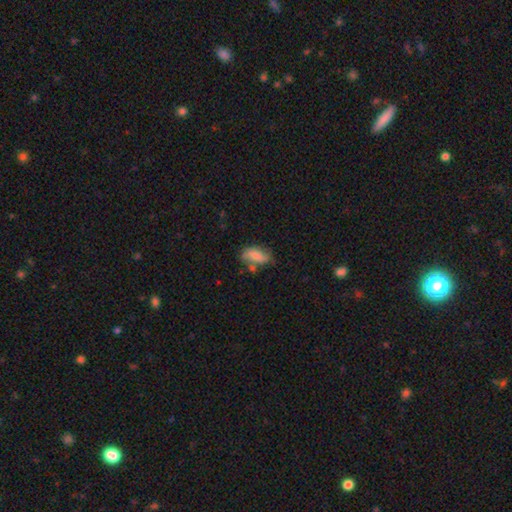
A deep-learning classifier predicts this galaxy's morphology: Overall: smooth (69%). How rounded: in between (87%). Merging: none (50%; minor disturbance 27%).